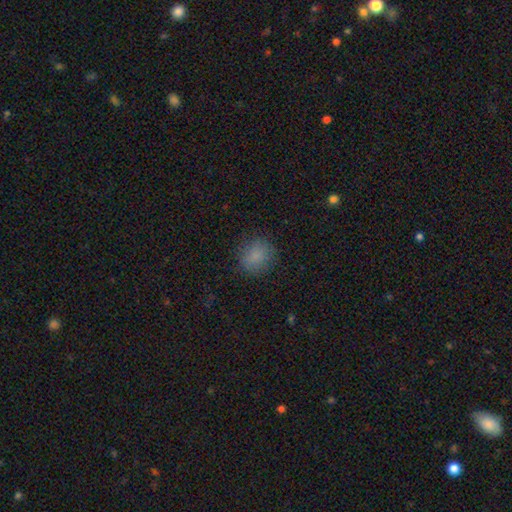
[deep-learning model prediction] Smooth or featured? smooth (84%)
How rounded? round (71%)
Merging? none (84%)